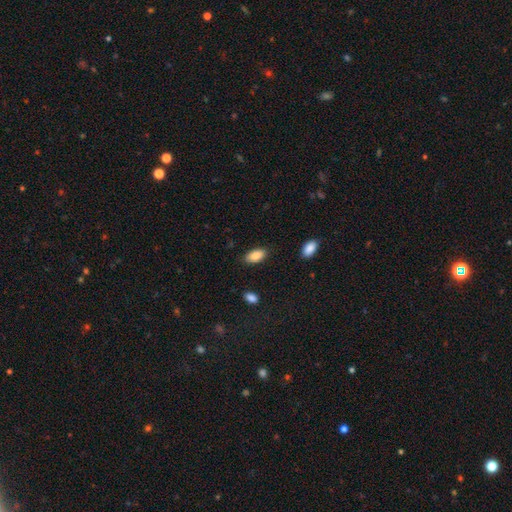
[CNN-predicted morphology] This appears to be a smooth galaxy with no disk features (87%) that is in between round and cigar-shaped (93%). Merging: none (85%).